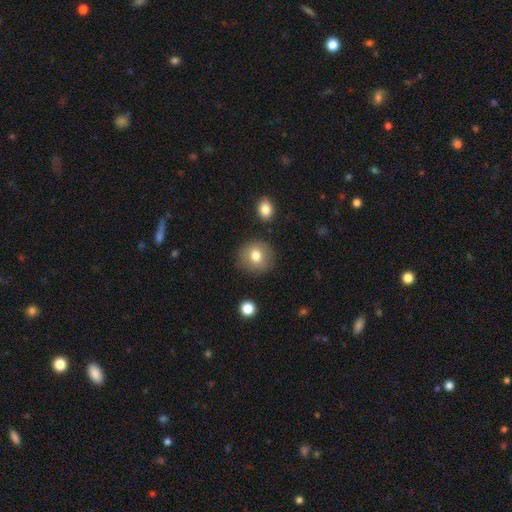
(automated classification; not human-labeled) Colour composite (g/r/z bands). It shows a smooth galaxy with no disk features (77%) that is round (88%). Merging: none (85%).